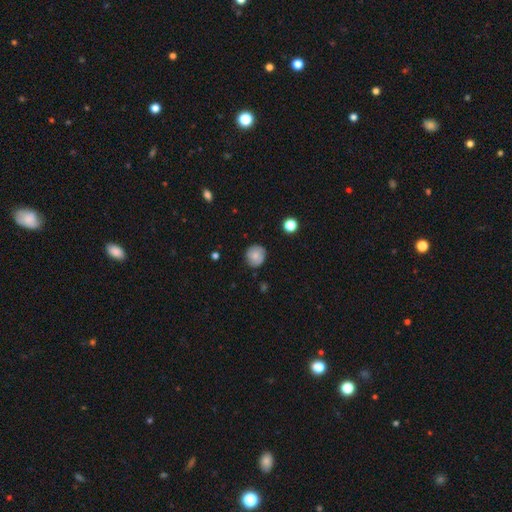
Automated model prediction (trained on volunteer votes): smooth_or_featured: smooth (p=0.76) [alt: featured or disk p=0.16]
how_rounded: round (p=0.89) [alt: in between p=0.10]
merging: none (p=0.82) [alt: minor disturbance p=0.14]